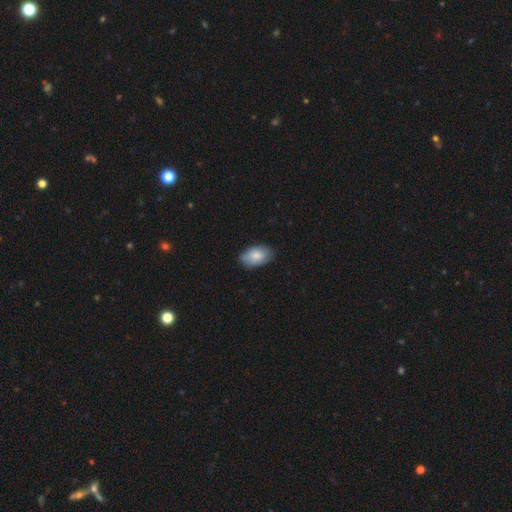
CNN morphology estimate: Smooth or featured? Predicted: smooth (p=0.83). How rounded? Predicted: in between (p=0.92). Merging? Predicted: none (p=0.80).